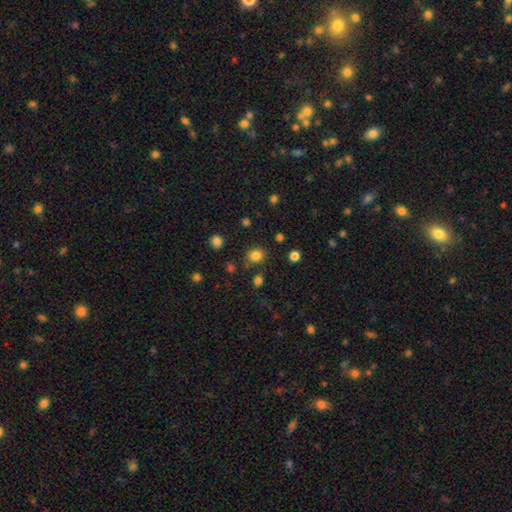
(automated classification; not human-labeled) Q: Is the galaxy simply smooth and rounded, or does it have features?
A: smooth — 81%.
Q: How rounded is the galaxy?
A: round — 70%.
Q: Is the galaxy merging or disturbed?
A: none — 81%.